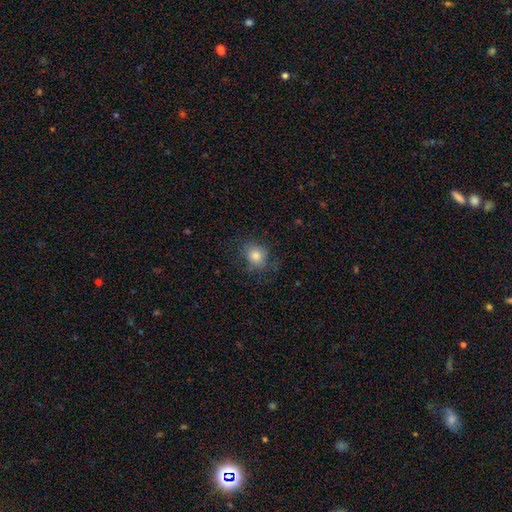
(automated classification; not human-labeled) A smooth galaxy with no disk features (78%) that is round (74%).

Vote fractions:
- Smooth or featured? smooth: 78% / star or artifact: 12% / featured or disk: 11%
- How rounded? round: 74% / in between: 25% / cigar-shaped: 1%
- Merging? none: 75% / minor disturbance: 16% / major disturbance: 8% / merger: 1%